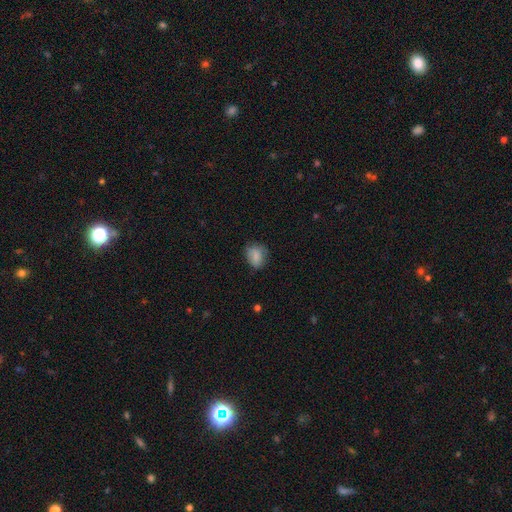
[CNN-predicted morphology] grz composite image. It shows a smooth galaxy with no disk features (80%) that is in between round and cigar-shaped (53%). Merging: none (66%).